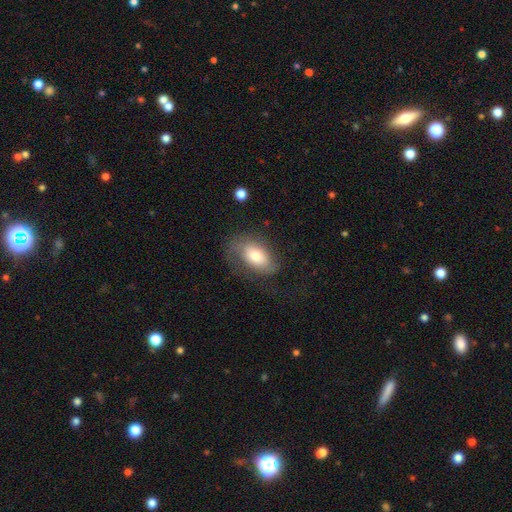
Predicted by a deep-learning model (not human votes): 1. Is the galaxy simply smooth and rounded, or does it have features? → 62% smooth, 31% featured or disk, 7% star or artifact.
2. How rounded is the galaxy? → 89% in between, 8% round, 2% cigar-shaped.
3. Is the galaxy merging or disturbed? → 57% none, 23% minor disturbance, 18% major disturbance, 2% merger.